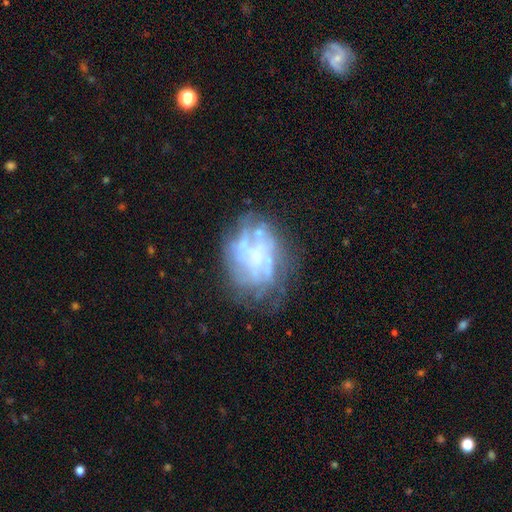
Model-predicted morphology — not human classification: The model was most divided on "merging": none: 50%, major disturbance: 23%, minor disturbance: 20%, merger: 6%. More confident: edge-on disk — no (97%); bar — no (81%); spiral arms — no (69%); smooth or featured — featured or disk (69%); bulge size — none (62%).